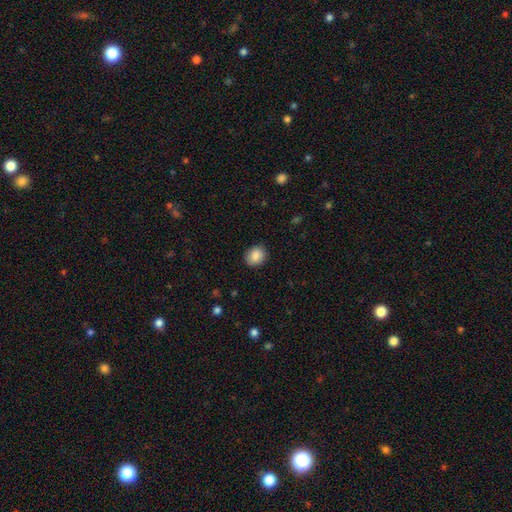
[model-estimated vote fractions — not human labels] Q: Smooth or featured?
A: smooth (87%); runner-up: star or artifact (8%)
Q: How rounded?
A: round (67%); runner-up: in between (32%)
Q: Merging?
A: none (89%); runner-up: minor disturbance (8%)